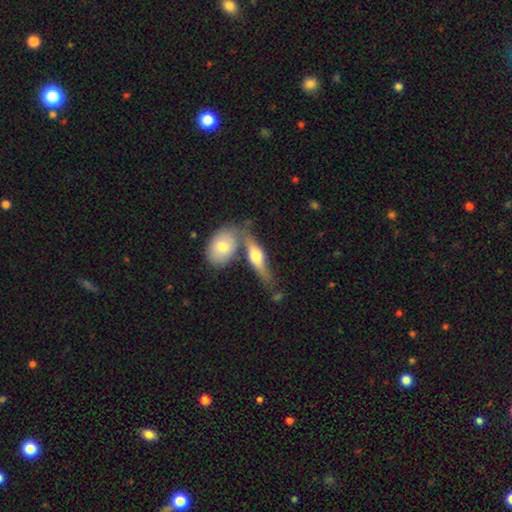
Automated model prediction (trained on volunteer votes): This is possibly a featured or disk galaxy (50%). Merging: marginally none (43%).